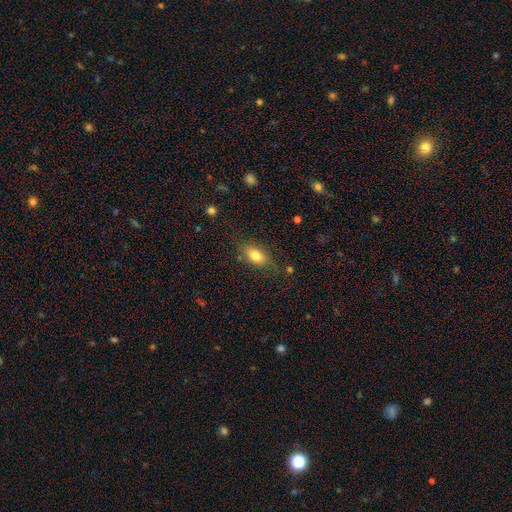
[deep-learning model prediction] smooth_or_featured: smooth (p=0.79) [alt: featured or disk p=0.13]
how_rounded: in between (p=0.86) [alt: round p=0.08]
merging: none (p=0.75) [alt: minor disturbance p=0.18]